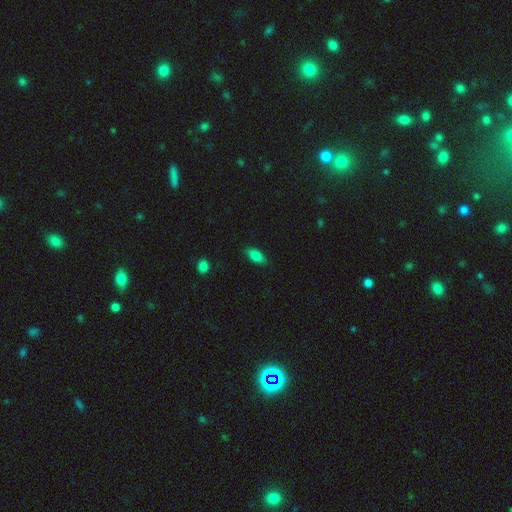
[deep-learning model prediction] The model was most divided on "merging": none: 86%, minor disturbance: 10%, major disturbance: 2%, merger: 1%. More confident: how rounded — in between (87%); smooth or featured — smooth (84%).